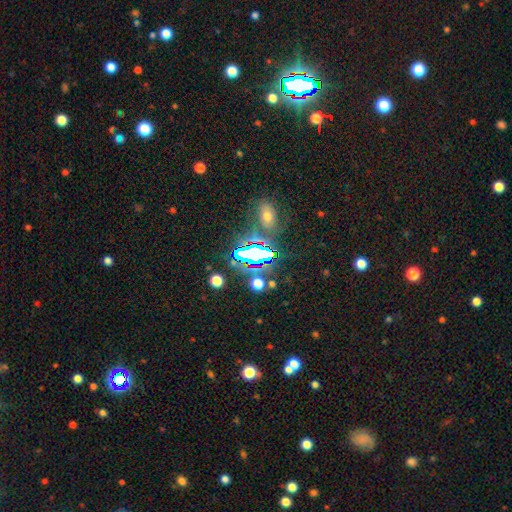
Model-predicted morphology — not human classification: This is likely a star or artifact rather than a galaxy (64%).